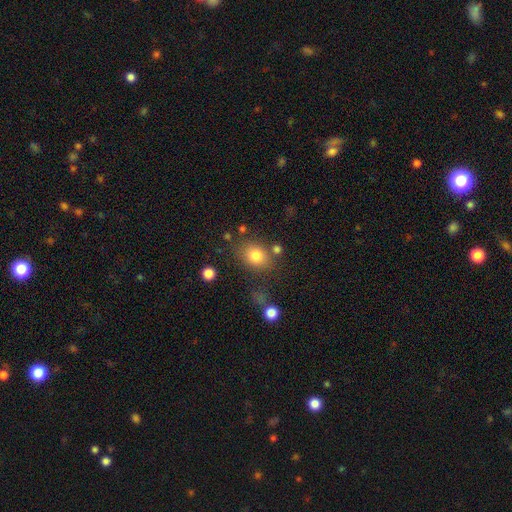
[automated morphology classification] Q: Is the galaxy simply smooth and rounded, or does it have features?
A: smooth — 81%.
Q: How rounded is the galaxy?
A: in between — 50%.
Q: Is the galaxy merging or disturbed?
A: none — 70%.